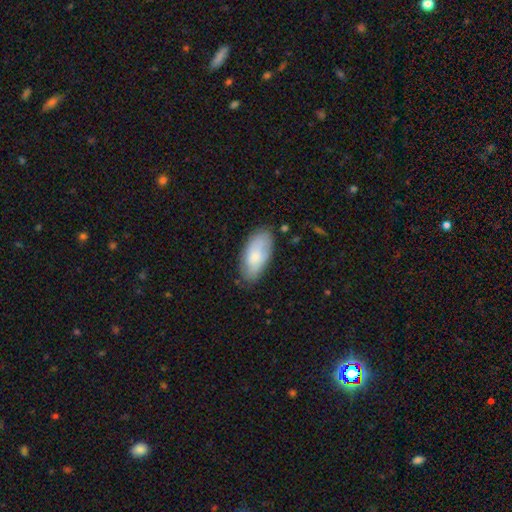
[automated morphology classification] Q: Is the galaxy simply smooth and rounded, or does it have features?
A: smooth — 76%.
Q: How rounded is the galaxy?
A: in between — 93%.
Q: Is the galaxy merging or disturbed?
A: none — 77%.